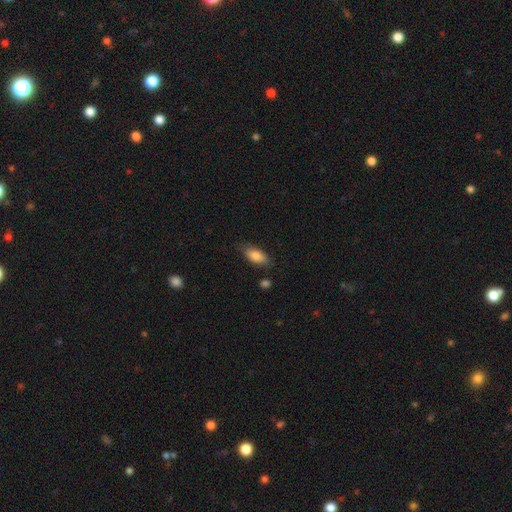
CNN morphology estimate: The model was most divided on "merging": none: 73%, minor disturbance: 20%, major disturbance: 4%, merger: 2%. More confident: how rounded — in between (87%); smooth or featured — smooth (83%).